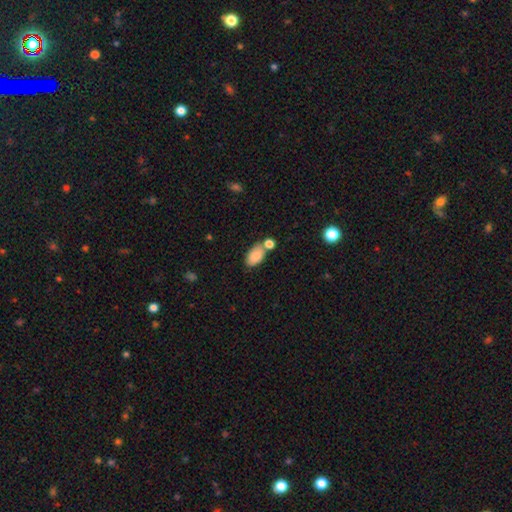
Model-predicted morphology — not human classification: Overall: smooth (85%). How rounded: in between (93%). Merging: none (55%; merger 26%).